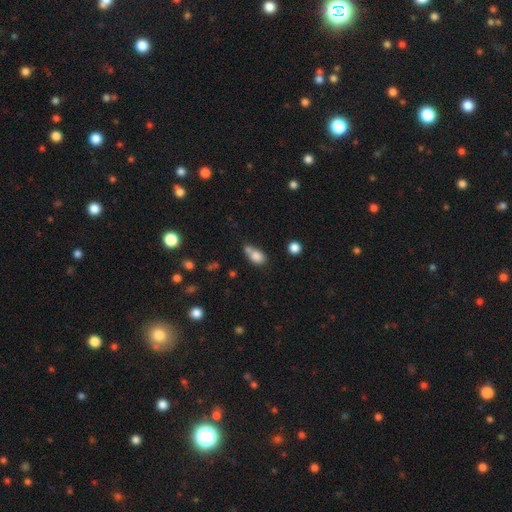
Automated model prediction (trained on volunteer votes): A smooth galaxy with no disk features (81%) that is in between round and cigar-shaped (65%).

Vote fractions:
- Smooth or featured? smooth: 81% / star or artifact: 10% / featured or disk: 9%
- How rounded? in between: 65% / round: 33% / cigar-shaped: 2%
- Merging? merger: 41% / none: 38% / minor disturbance: 15% / major disturbance: 6%